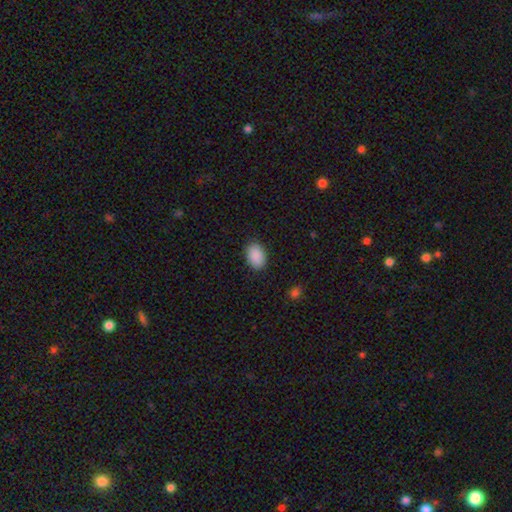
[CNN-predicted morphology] A smooth galaxy with no disk features (90%) that is in between round and cigar-shaped (86%). Merging: none (87%).